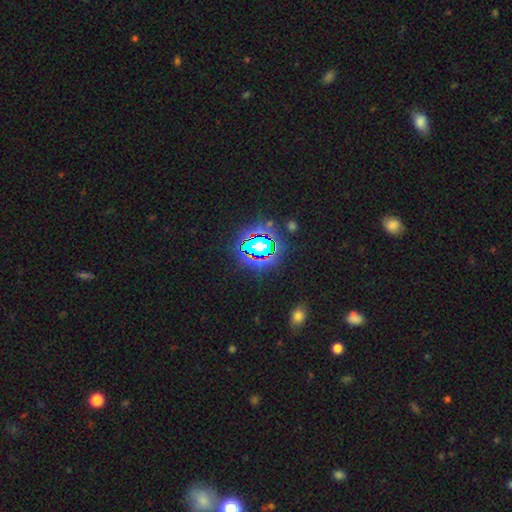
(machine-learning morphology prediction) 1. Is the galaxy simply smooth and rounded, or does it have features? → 79% star or artifact, 13% smooth, 8% featured or disk.